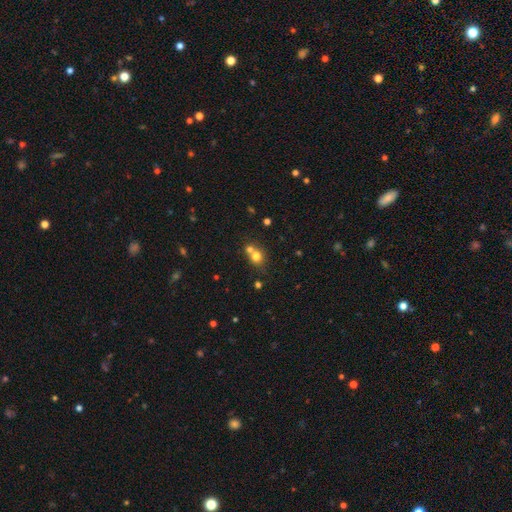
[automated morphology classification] This appears to be a smooth galaxy with no disk features (74%) that is round (77%). Merging: merger (49%).